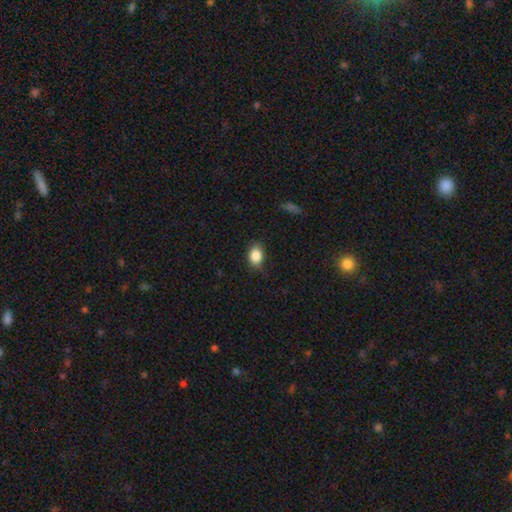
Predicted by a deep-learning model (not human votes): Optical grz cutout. It shows a smooth galaxy with no disk features (86%) that is in between round and cigar-shaped (73%). Merging: none (81%).